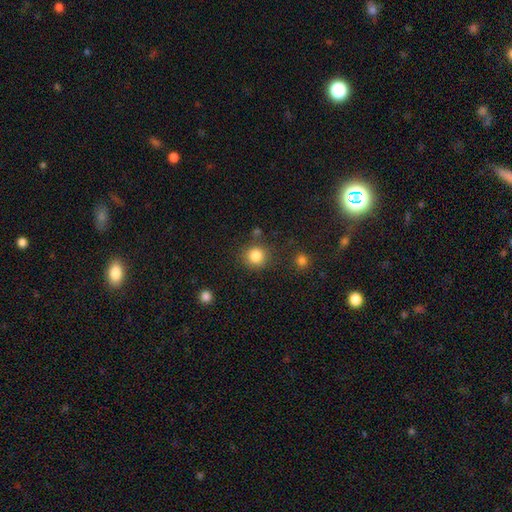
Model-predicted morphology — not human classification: A smooth galaxy with no disk features (85%) that is round (91%). Merging: none (82%).